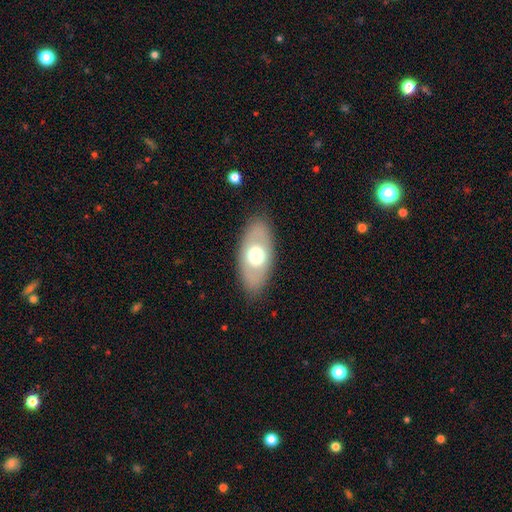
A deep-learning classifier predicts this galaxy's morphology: Smooth or featured? smooth (58%)
How rounded? in between (91%)
Merging? none (84%)